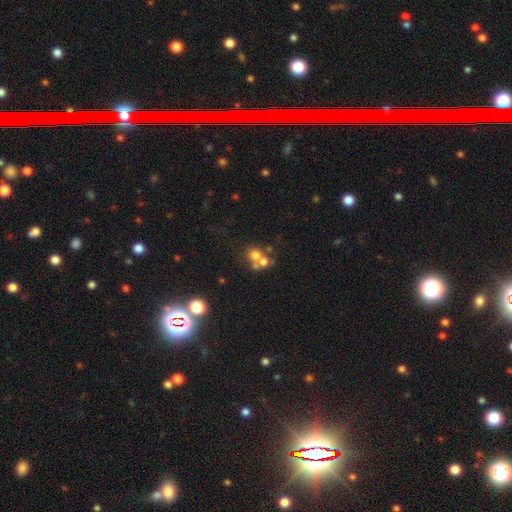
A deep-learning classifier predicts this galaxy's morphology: Smooth or featured?
  - smooth: 62% *
  - featured or disk: 22%
  - star or artifact: 16%
How rounded?
  - round: 80% *
  - in between: 19%
  - cigar-shaped: 1%
Merging?
  - merger: 53% *
  - none: 35%
  - minor disturbance: 7%
  - major disturbance: 5%